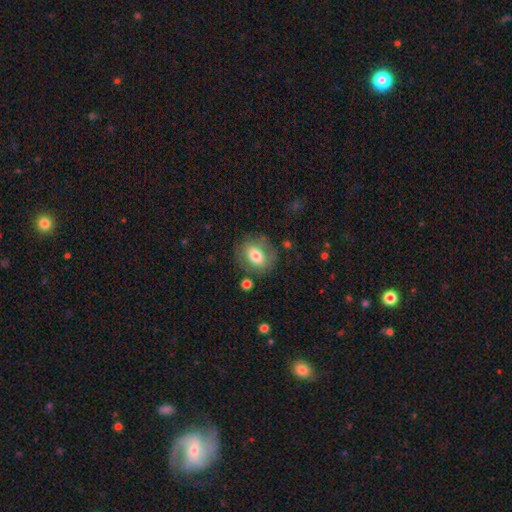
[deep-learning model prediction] Q: Smooth or featured?
A: smooth (64%); runner-up: featured or disk (28%)
Q: How rounded?
A: in between (50%); runner-up: round (49%)
Q: Merging?
A: none (70%); runner-up: minor disturbance (18%)